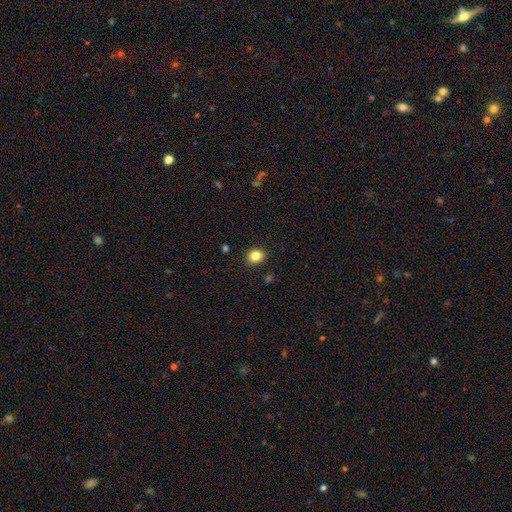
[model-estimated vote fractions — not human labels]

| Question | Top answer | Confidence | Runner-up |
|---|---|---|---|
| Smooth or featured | smooth | 84% | star or artifact (11%) |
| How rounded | round | 69% | in between (30%) |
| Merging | none | 89% | minor disturbance (7%) |